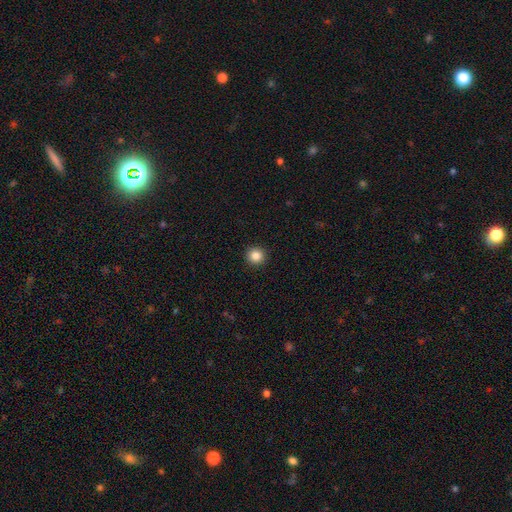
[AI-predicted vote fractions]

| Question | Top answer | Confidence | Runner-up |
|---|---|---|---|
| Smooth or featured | smooth | 86% | star or artifact (10%) |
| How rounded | round | 95% | in between (4%) |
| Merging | none | 93% | minor disturbance (4%) |